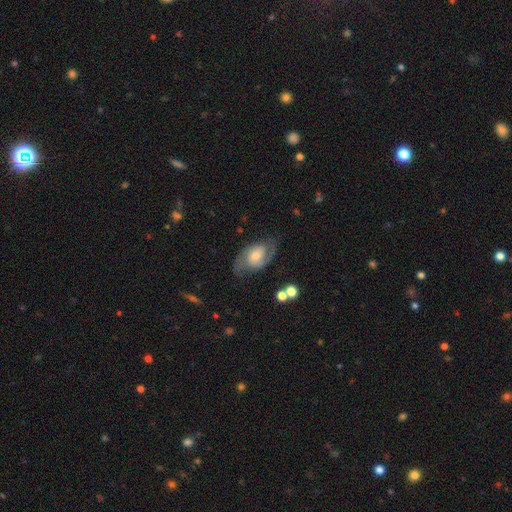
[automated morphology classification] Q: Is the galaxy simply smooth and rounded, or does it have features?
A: featured or disk — 79%.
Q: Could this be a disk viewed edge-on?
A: no — 96%.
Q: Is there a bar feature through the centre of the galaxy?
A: no — 54%.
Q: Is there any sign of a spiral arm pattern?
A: yes — 94%.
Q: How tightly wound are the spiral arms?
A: medium — 52%.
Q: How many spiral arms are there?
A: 2 — 87%.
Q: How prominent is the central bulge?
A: moderate — 50%.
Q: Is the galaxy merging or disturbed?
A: none — 73%.